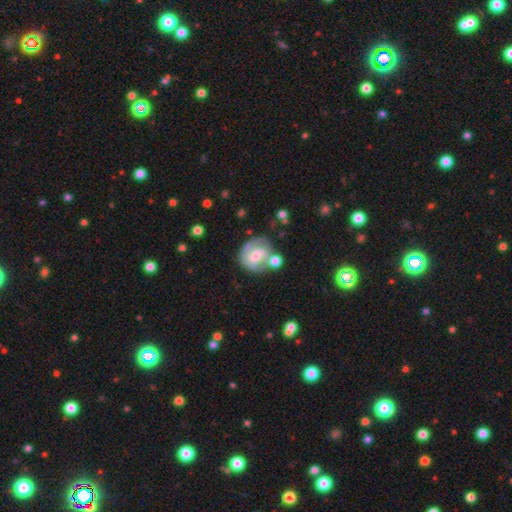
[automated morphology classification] A featured or disk galaxy (66%) with a weak bar (47%), 2 (61%) medium (43%) spiral arms (83%) and a small central bulge (44%). Merging: none (48%).